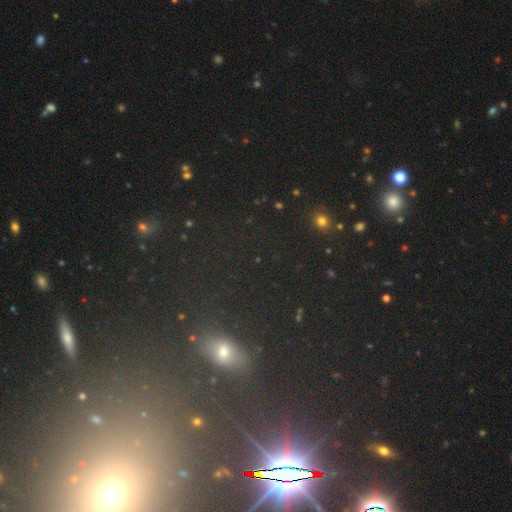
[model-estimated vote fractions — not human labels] star or artifact 63%, smooth 25%, featured or disk 12%.